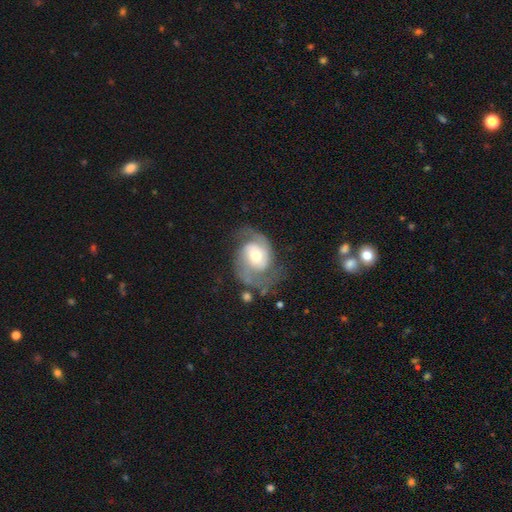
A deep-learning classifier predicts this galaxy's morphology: Overall: featured or disk (85%). Edge-on disk: no (98%). Bar: no (57%; weak 33%). Spiral arms: yes (96%). Spiral arm count: 2 (87%). Spiral winding: medium (51%; tight 30%). Bulge size: moderate (57%; small 30%). Merging: none (62%).